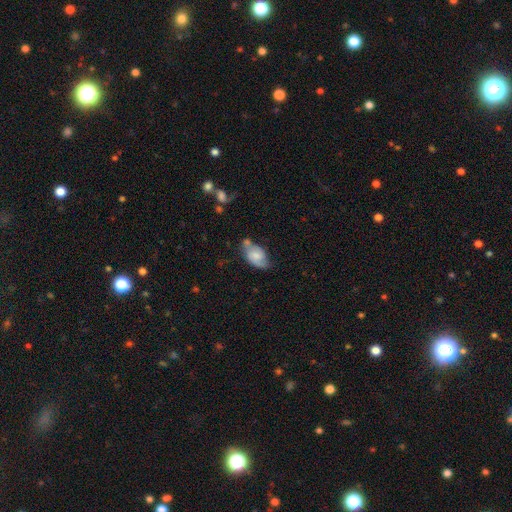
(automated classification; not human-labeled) A smooth galaxy with no disk features (52%) that is in between round and cigar-shaped (90%). Merging: none (47%).